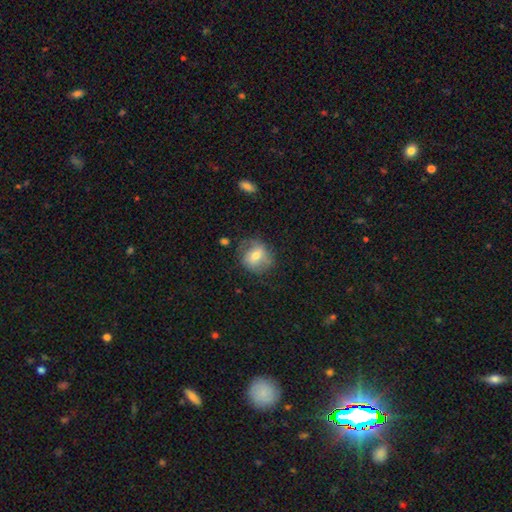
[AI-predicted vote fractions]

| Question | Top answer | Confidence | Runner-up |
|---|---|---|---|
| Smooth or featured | smooth | 56% | featured or disk (36%) |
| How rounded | round | 68% | in between (30%) |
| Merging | none | 63% | minor disturbance (24%) |